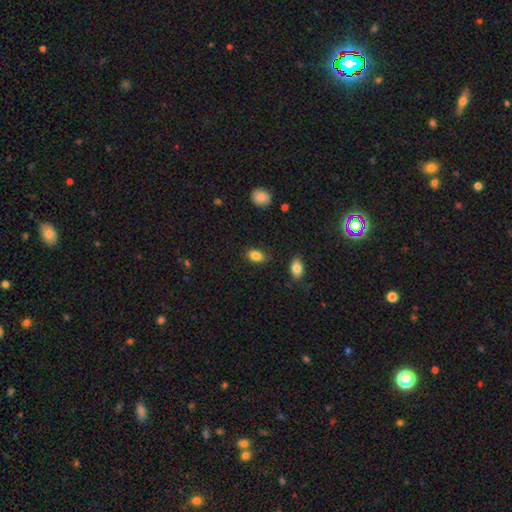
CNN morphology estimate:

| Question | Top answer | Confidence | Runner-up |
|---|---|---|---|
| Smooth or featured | smooth | 86% | star or artifact (9%) |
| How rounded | in between | 86% | round (12%) |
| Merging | none | 84% | minor disturbance (11%) |